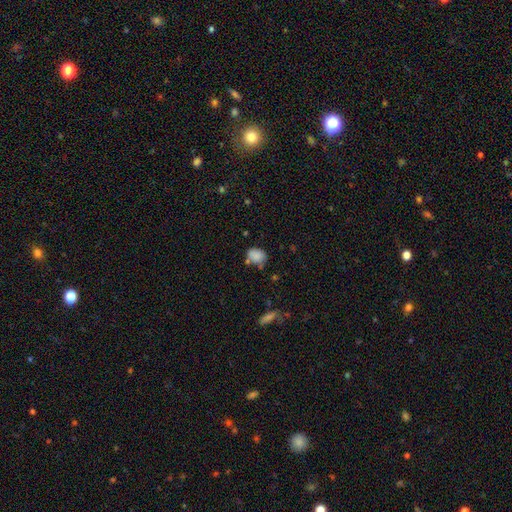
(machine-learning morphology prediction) smooth-or-featured: smooth: 84% | star or artifact: 10% | featured or disk: 7%
  how-rounded: in between: 65% | round: 33% | cigar-shaped: 1%
  merging: none: 57% | minor disturbance: 25% | merger: 11% | major disturbance: 7%